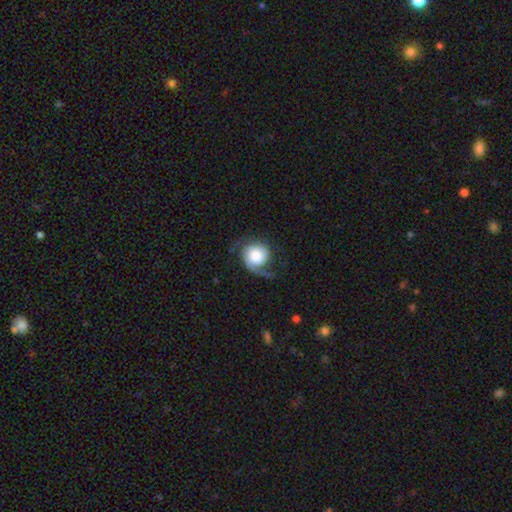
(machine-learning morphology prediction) This is likely a featured or disk galaxy (62%). It is clearly not viewed edge-on (97%). Bar: likely no (77%). Spiral arm pattern: clearly yes (92%). Spiral arm count: possibly 1 (46%, tied with 2). Spiral winding: marginally loose (43%). Central bulge: marginally large (38%). Merging: possibly none (50%).